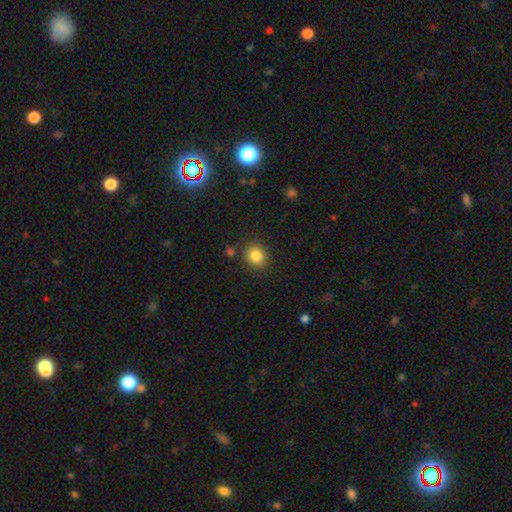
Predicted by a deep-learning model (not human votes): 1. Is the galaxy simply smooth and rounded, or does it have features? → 85% smooth, 10% star or artifact, 5% featured or disk.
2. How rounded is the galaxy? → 81% round, 18% in between, 1% cigar-shaped.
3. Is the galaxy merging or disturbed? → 86% none, 8% minor disturbance, 3% merger, 3% major disturbance.